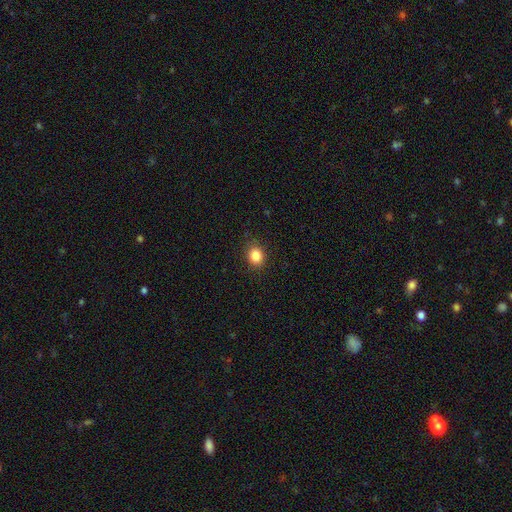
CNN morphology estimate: Smooth or featured?
  - smooth: 85% *
  - star or artifact: 10%
  - featured or disk: 5%
How rounded?
  - round: 56% *
  - in between: 43%
  - cigar-shaped: 1%
Merging?
  - none: 87% *
  - minor disturbance: 10%
  - major disturbance: 3%
  - merger: 1%